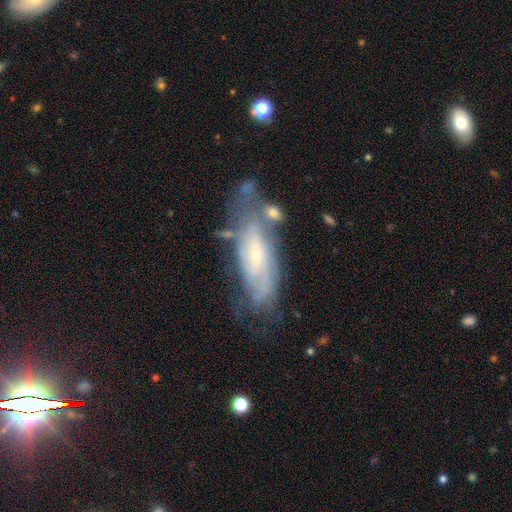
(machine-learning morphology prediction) Smooth or featured: featured or disk — 71% (smooth — 22%)
Edge-on disk: no — 83% (yes — 17%)
Bar: no — 59% (weak — 33%)
Spiral arms: yes — 82% (no — 18%)
Bulge size: small — 69% (moderate — 25%)
Merging: none — 56% (minor disturbance — 25%)